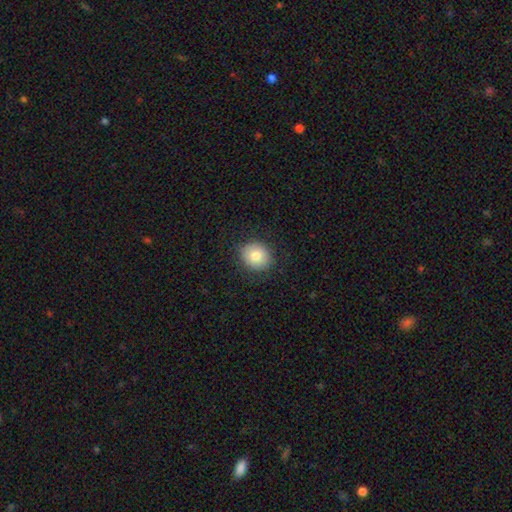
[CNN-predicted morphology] A smooth galaxy with no disk features (80%) that is round (80%). Merging: none (87%).